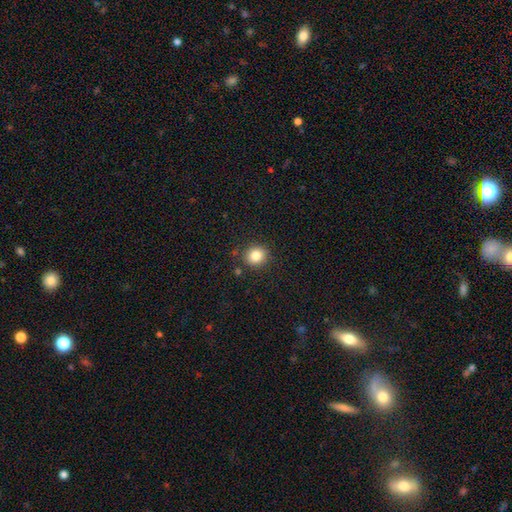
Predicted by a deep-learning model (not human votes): Q: Smooth or featured?
A: smooth (83%); runner-up: star or artifact (11%)
Q: How rounded?
A: round (84%); runner-up: in between (15%)
Q: Merging?
A: none (87%); runner-up: minor disturbance (8%)